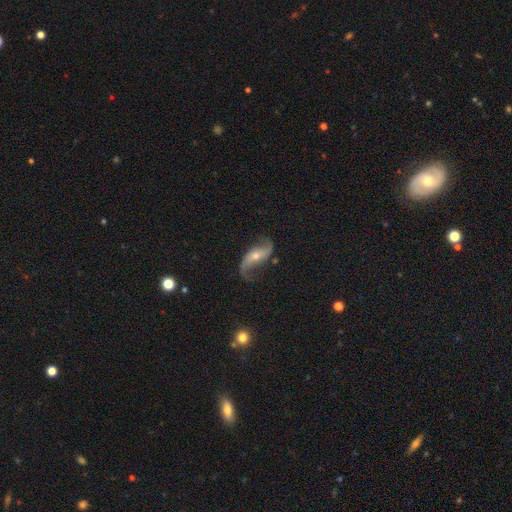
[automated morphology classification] type=featured or disk (87%); edge-on=no (95%); bar=no (54%); spiral arms=yes (96%); winding=loose (85%); arm count=2 (94%); bulge=moderate (47%, tied with small); merging=none (76%).